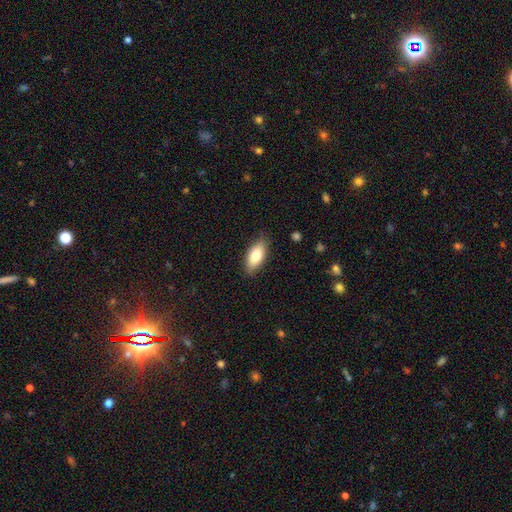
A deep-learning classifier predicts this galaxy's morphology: Smooth or featured: smooth — 79% (featured or disk — 14%)
How rounded: in between — 85% (cigar-shaped — 13%)
Merging: none — 84% (minor disturbance — 13%)